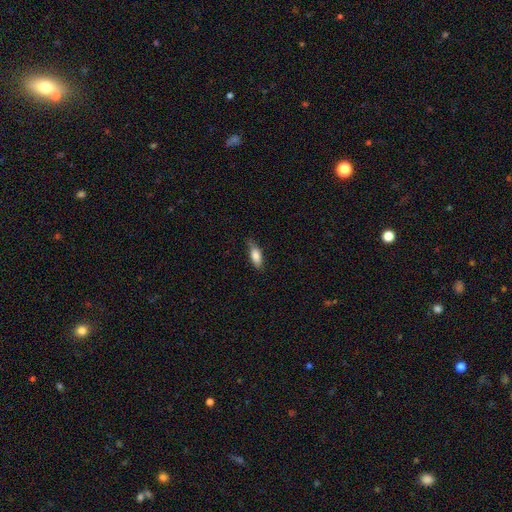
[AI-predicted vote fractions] Overall: smooth (82%). How rounded: in between (74%). Merging: none (70%).